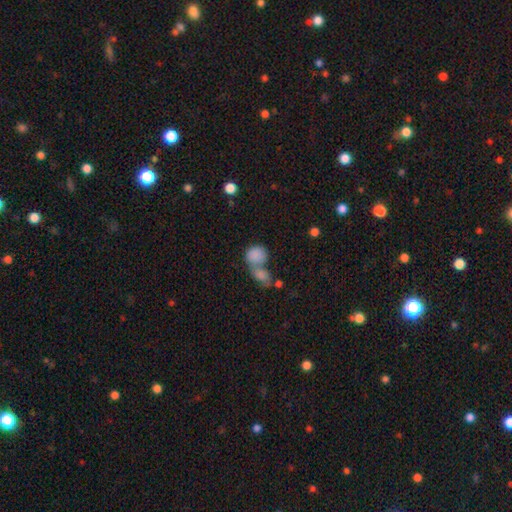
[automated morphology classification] A smooth galaxy with no disk features (84%) that is round (60%). Merging: merger (59%).